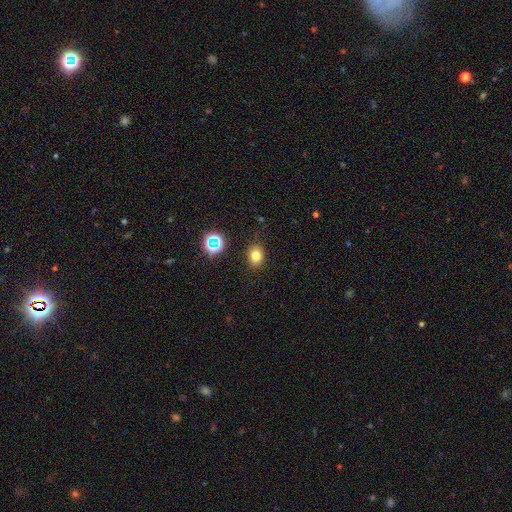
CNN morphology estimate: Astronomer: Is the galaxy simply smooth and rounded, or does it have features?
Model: smooth — 75%.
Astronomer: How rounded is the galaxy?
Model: in between — 52% (runner-up: round, 47%).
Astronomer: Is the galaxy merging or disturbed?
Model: none — 83%.